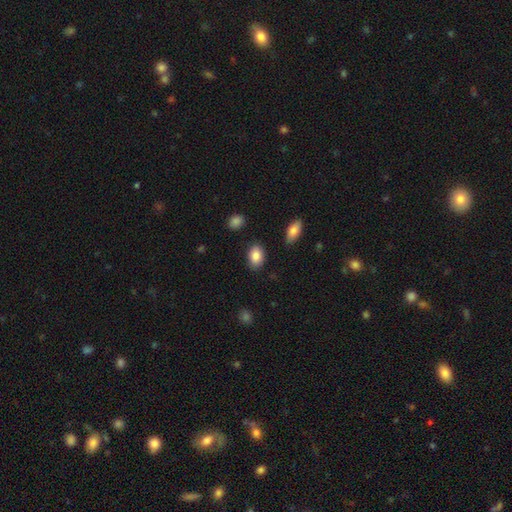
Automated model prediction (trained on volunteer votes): Q: Smooth or featured?
A: smooth (87%); runner-up: star or artifact (7%)
Q: How rounded?
A: in between (84%); runner-up: round (15%)
Q: Merging?
A: none (86%); runner-up: minor disturbance (10%)